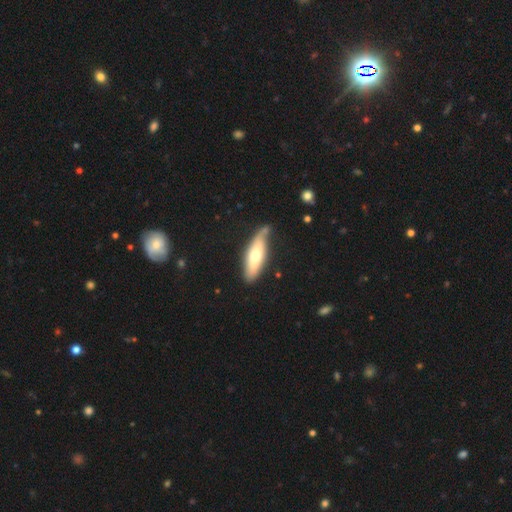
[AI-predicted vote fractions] Smooth or featured? Predicted: smooth (p=0.59). How rounded? Predicted: in between (p=0.50). Merging? Predicted: none (p=0.62).